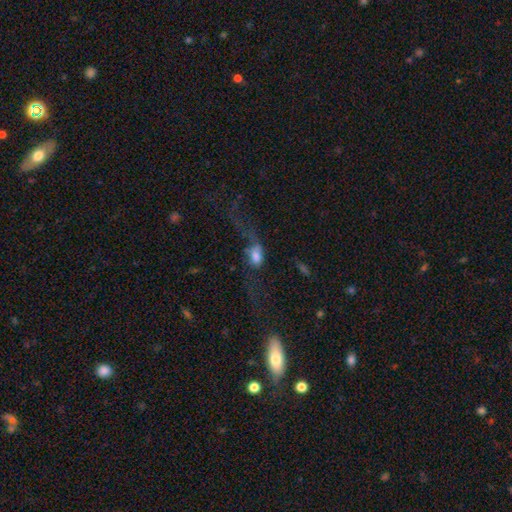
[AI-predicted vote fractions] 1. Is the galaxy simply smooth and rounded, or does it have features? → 57% smooth, 32% featured or disk, 11% star or artifact.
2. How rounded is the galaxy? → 81% in between, 13% round, 6% cigar-shaped.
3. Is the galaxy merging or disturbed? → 57% major disturbance, 20% none, 13% minor disturbance, 10% merger.